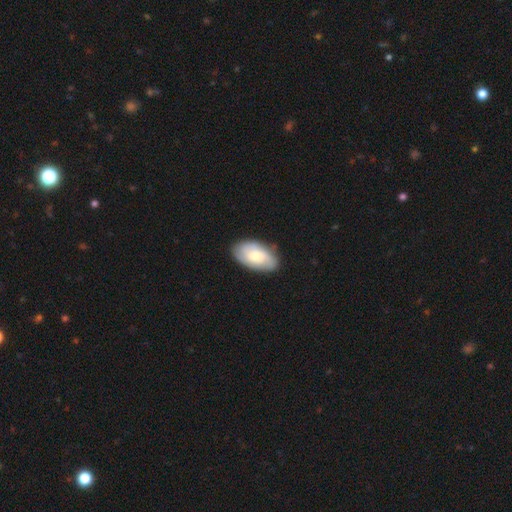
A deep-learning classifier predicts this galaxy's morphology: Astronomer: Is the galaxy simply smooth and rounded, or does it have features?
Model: smooth — 53% (runner-up: featured or disk, 42%).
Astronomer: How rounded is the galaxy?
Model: in between — 94%.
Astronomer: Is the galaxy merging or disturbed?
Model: none — 81%.